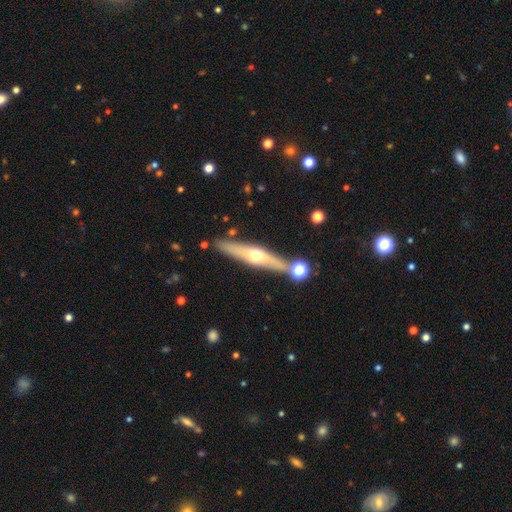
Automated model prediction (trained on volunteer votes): smooth-or-featured: featured or disk: 61% | smooth: 33% | star or artifact: 6%
  disk-edge-on: yes: 90% | no: 10%
    edge-on-bulge: rounded: 90% | none: 8% | boxy: 3%
  merging: none: 78% | minor disturbance: 11% | merger: 8% | major disturbance: 3%